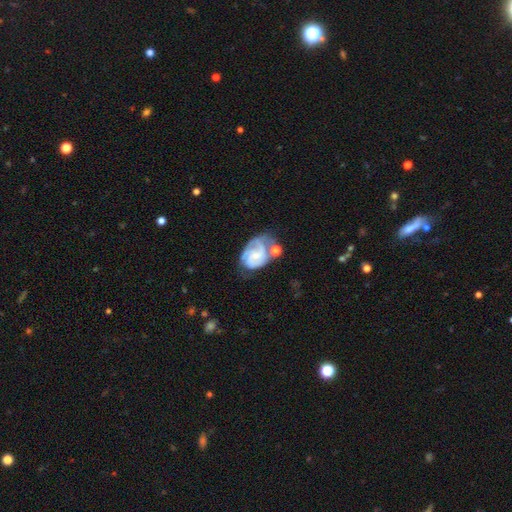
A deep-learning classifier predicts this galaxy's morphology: This appears to be a featured or disk galaxy (76%) with no bar (63%), 2 (45%) tight (48%) spiral arms (92%) and a small central bulge (65%). Merging: none (38%).